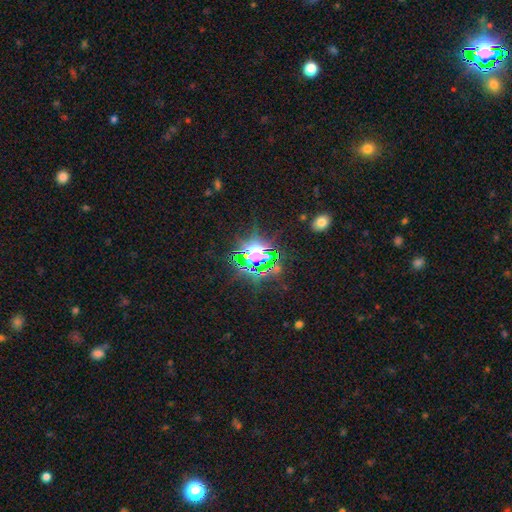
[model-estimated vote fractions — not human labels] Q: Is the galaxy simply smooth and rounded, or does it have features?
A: star or artifact — 76%.